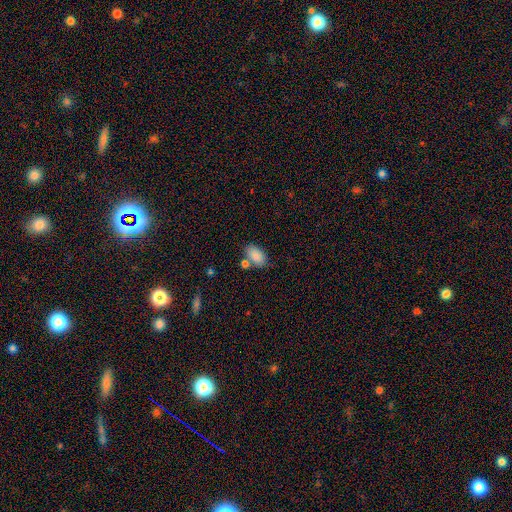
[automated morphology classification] This is clearly a smooth galaxy (86%). How rounded: clearly in between (93%). Merging: likely none (66%).